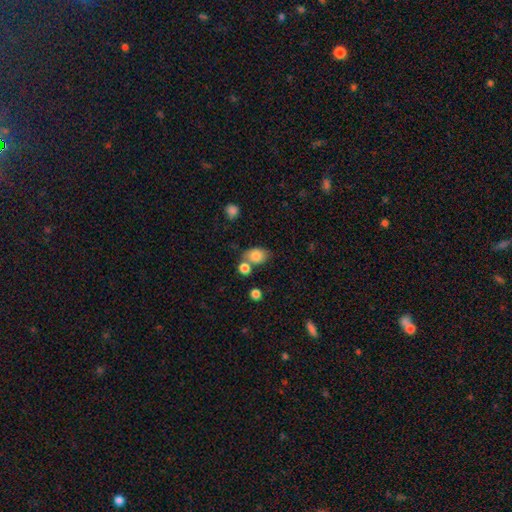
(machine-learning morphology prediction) Smooth or featured: smooth — 81% (featured or disk — 9%)
How rounded: in between — 70% (round — 29%)
Merging: none — 56% (merger — 25%)